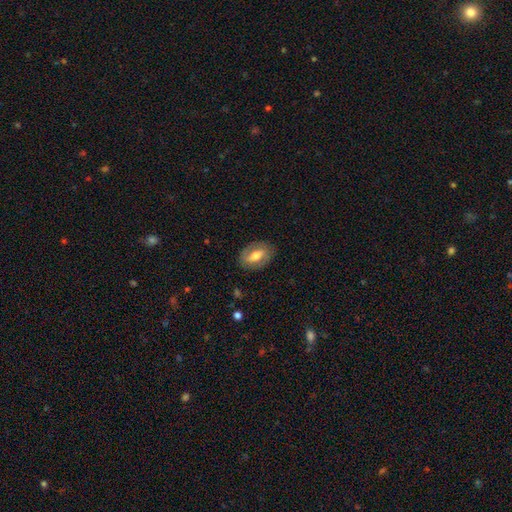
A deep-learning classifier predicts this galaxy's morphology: featured or disk 55%, smooth 39%, star or artifact 6%. Down the decision tree: edge-on disk — no (92%); bar — strong (38%, tied with weak); spiral arms — yes (59%); bulge size — moderate (67%); merging — none (82%).